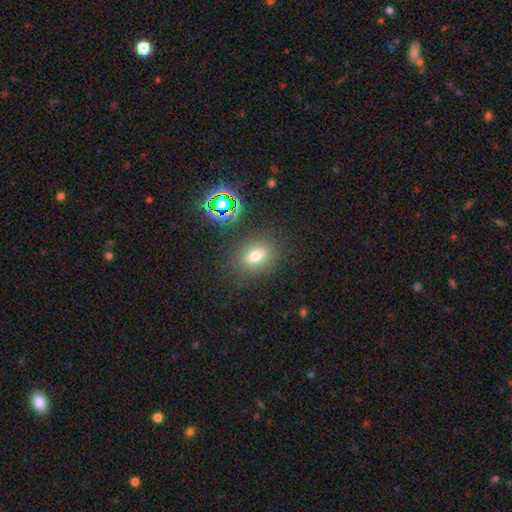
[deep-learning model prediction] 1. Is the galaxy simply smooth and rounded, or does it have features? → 71% smooth, 18% star or artifact, 11% featured or disk.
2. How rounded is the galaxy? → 65% in between, 32% round, 3% cigar-shaped.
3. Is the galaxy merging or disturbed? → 83% none, 10% minor disturbance, 4% major disturbance, 3% merger.